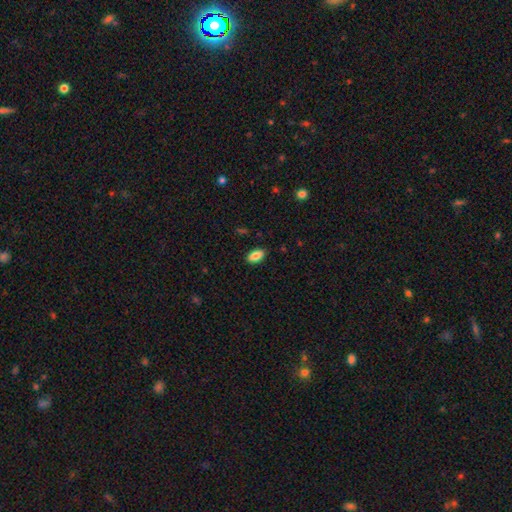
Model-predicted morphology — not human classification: The model was most divided on "smooth or featured": smooth: 86%, star or artifact: 7%, featured or disk: 7%. More confident: how rounded — in between (92%); merging — none (88%).